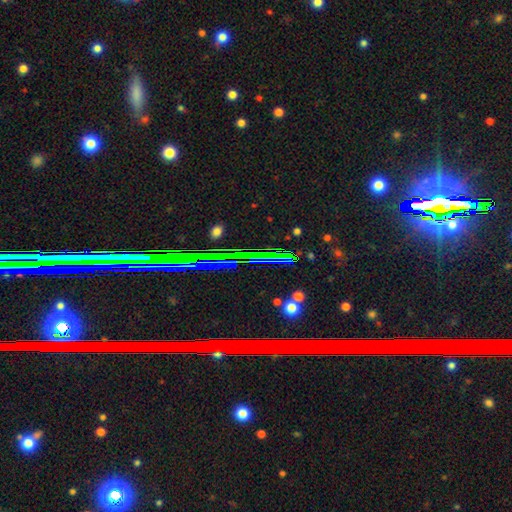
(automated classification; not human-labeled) The model was most divided on "smooth or featured": star or artifact: 83%, featured or disk: 10%, smooth: 8%.